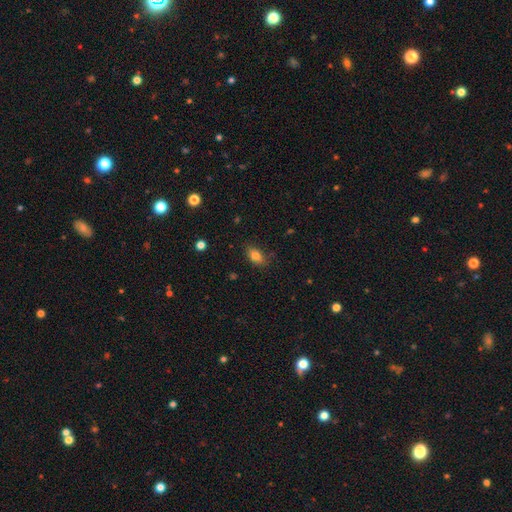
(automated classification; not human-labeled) Smooth or featured: smooth — 81% (star or artifact — 11%)
How rounded: in between — 84% (round — 13%)
Merging: none — 79% (minor disturbance — 16%)